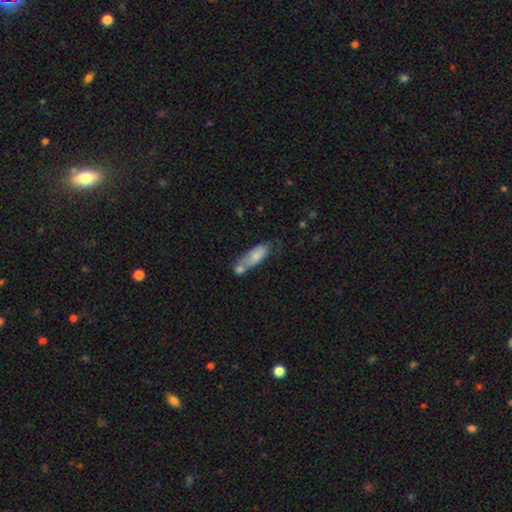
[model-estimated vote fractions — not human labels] Overall: smooth (70%). How rounded: in between (64%; cigar-shaped 33%). Merging: merger (42%; none 28%).